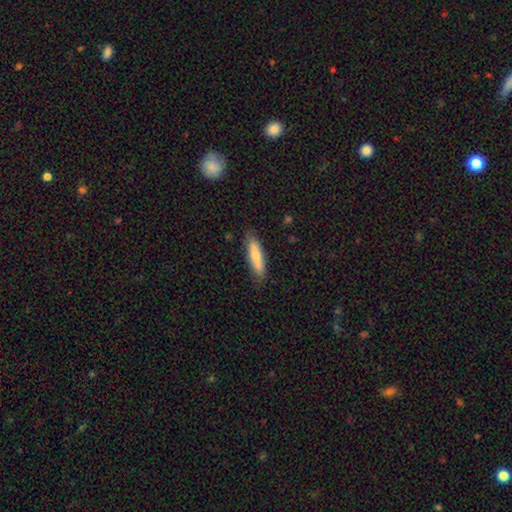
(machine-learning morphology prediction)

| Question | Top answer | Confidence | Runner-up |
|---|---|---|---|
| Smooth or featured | smooth | 66% | featured or disk (28%) |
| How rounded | cigar-shaped | 71% | in between (28%) |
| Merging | none | 83% | minor disturbance (13%) |